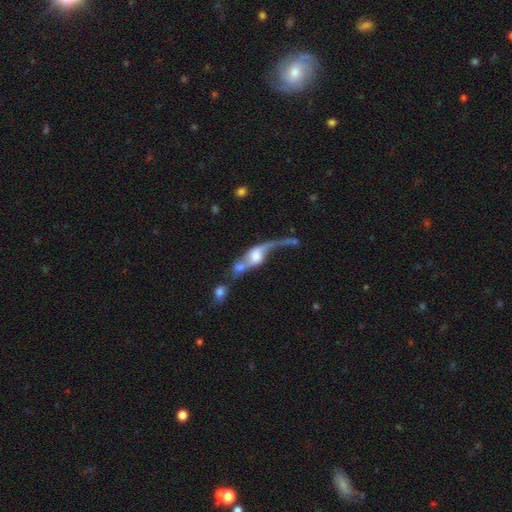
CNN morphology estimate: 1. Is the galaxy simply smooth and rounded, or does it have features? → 64% featured or disk, 28% smooth, 8% star or artifact.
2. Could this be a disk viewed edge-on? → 81% no, 19% yes.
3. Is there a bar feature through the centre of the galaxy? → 58% no, 31% weak, 11% strong.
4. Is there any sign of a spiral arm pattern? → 69% yes, 31% no.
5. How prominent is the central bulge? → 43% moderate, 26% large, 17% small, 9% none, 5% dominant.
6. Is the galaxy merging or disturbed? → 58% merger, 18% major disturbance, 16% none, 8% minor disturbance.